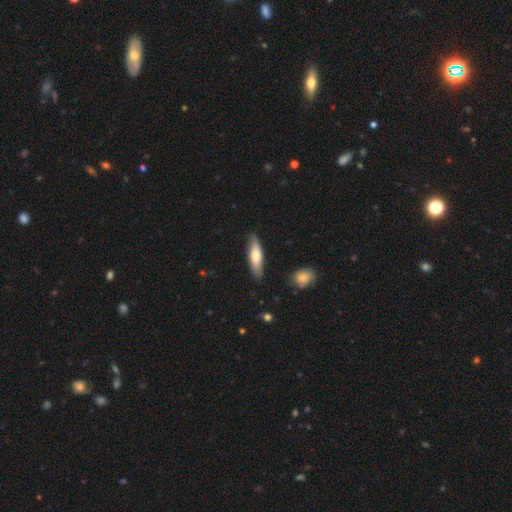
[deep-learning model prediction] smooth-or-featured: smooth: 65% | featured or disk: 30% | star or artifact: 5%
  how-rounded: cigar-shaped: 62% | in between: 36% | round: 2%
  merging: none: 84% | minor disturbance: 13% | major disturbance: 2% | merger: 2%